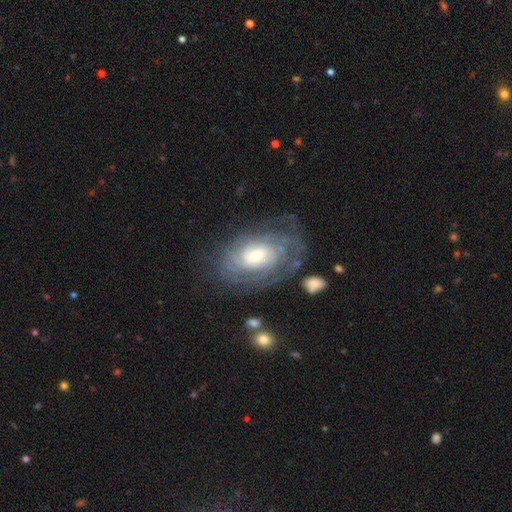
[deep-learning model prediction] This is likely a featured or disk galaxy (78%). It is clearly not viewed edge-on (95%). Bar: likely no (67%). Spiral arm pattern: clearly yes (88%). Spiral arm count: possibly can't tell (56%). Spiral winding: likely tight (69%). Central bulge: possibly small (46%). Merging: likely none (64%).